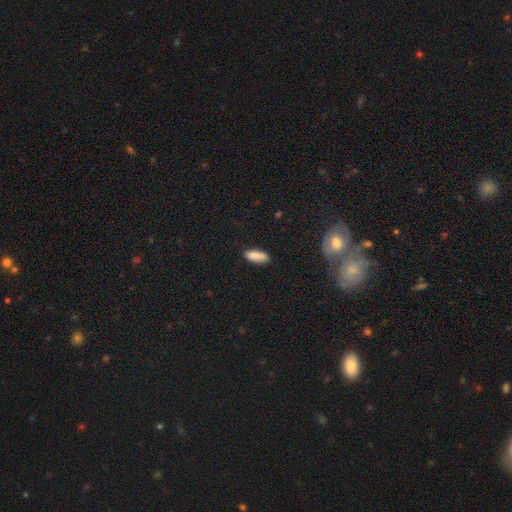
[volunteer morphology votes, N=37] smooth 89%, featured or disk 8%, star or artifact 3%. Down the decision tree: how rounded — in between (73%); merging — none (72%).